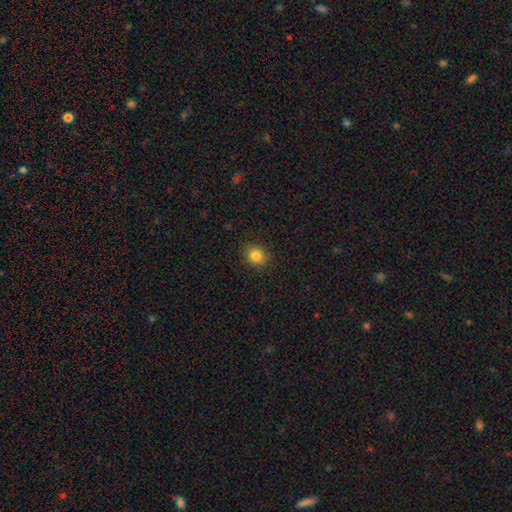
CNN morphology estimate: Overall: smooth (83%). How rounded: round (76%). Merging: none (90%).